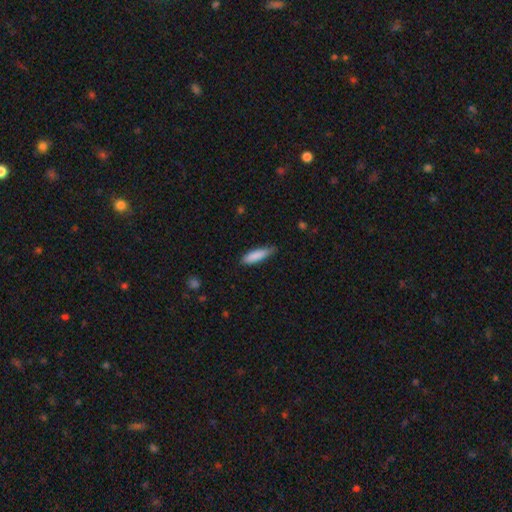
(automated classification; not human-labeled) Smooth or featured: smooth — 85% (featured or disk — 9%)
How rounded: cigar-shaped — 69% (in between — 30%)
Merging: none — 67% (minor disturbance — 28%)